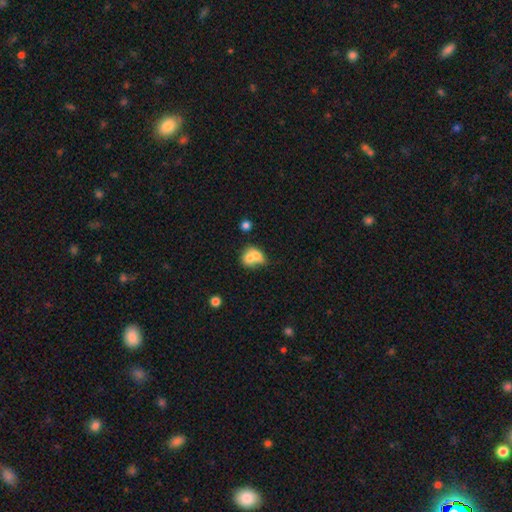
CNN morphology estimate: Smooth or featured?
  - smooth: 70% *
  - featured or disk: 21%
  - star or artifact: 9%
How rounded?
  - round: 51% *
  - in between: 48%
  - cigar-shaped: 1%
Merging?
  - merger: 66% *
  - none: 21%
  - minor disturbance: 8%
  - major disturbance: 5%